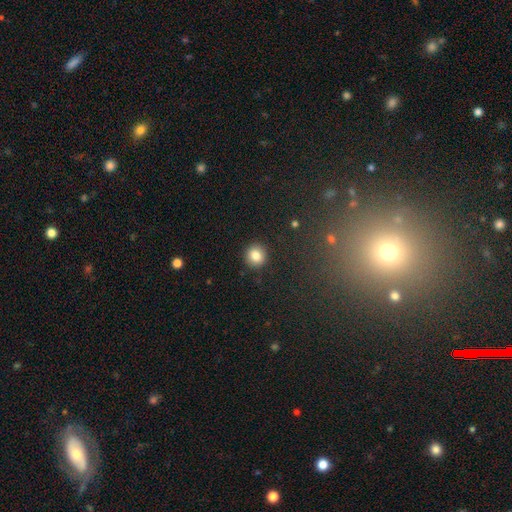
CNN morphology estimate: The model was most divided on "smooth or featured": smooth: 83%, star or artifact: 10%, featured or disk: 6%. More confident: merging — none (91%); how rounded — round (90%).